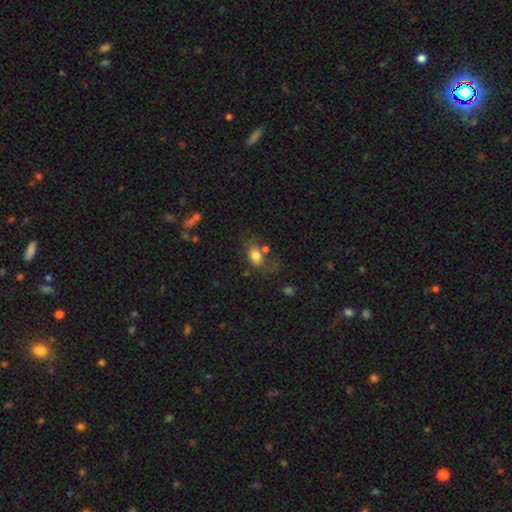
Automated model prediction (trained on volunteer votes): Smooth or featured? smooth (77%)
How rounded? in between (77%)
Merging? none (46%)